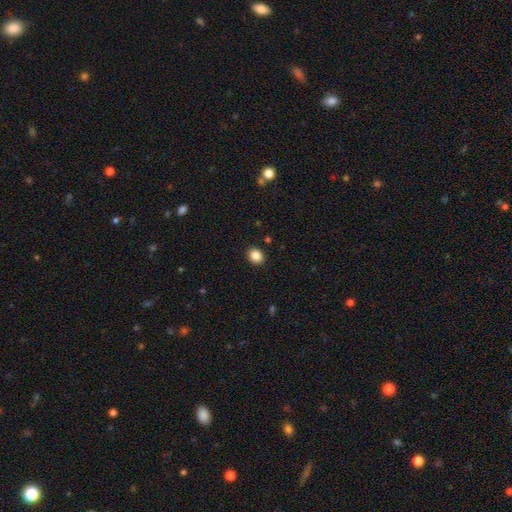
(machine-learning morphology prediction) Smooth or featured? Predicted: smooth (p=0.86). How rounded? Predicted: round (p=0.58). Merging? Predicted: none (p=0.91).